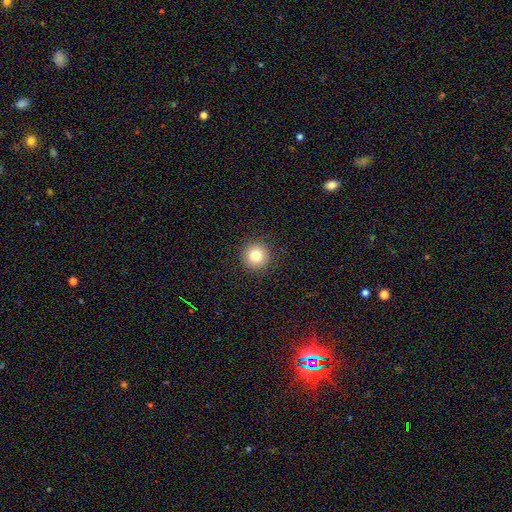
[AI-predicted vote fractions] smooth_or_featured: smooth (p=0.81) [alt: star or artifact p=0.11]
how_rounded: round (p=0.95) [alt: in between p=0.05]
merging: none (p=0.92) [alt: minor disturbance p=0.05]